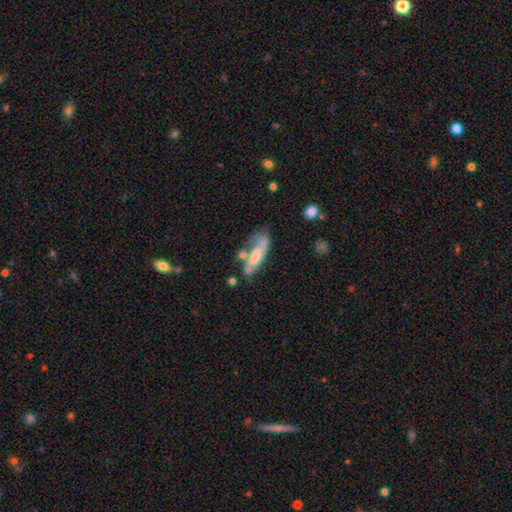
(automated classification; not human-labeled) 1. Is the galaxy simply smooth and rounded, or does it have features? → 53% smooth, 39% featured or disk, 7% star or artifact.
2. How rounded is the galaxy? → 49% cigar-shaped (tied), 49% in between (tied), 2% round.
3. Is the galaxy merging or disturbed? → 34% none, 25% minor disturbance, 21% merger, 20% major disturbance.